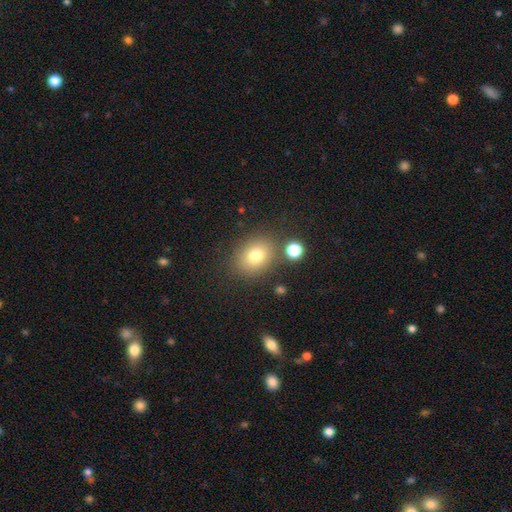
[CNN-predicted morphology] The model was most divided on "how rounded": in between: 52%, round: 47%, cigar-shaped: 1%. More confident: merging — none (79%); smooth or featured — smooth (77%).